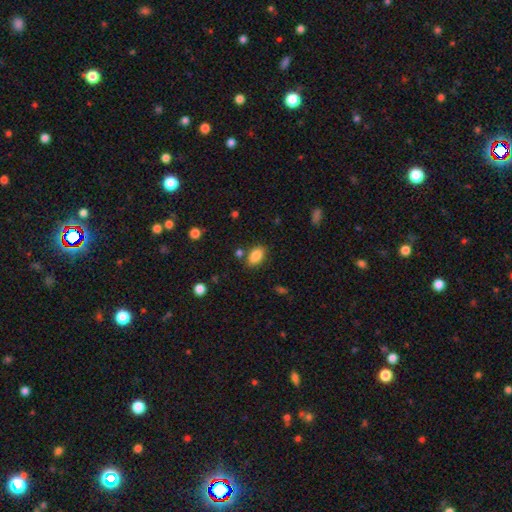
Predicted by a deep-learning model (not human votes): Smooth or featured: smooth — 86% (star or artifact — 8%)
How rounded: in between — 90% (round — 8%)
Merging: none — 80% (minor disturbance — 12%)